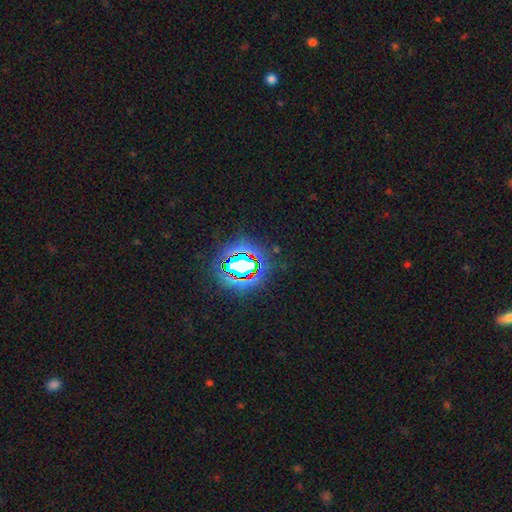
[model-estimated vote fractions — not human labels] The model was most divided on "smooth or featured": star or artifact: 82%, smooth: 11%, featured or disk: 7%.